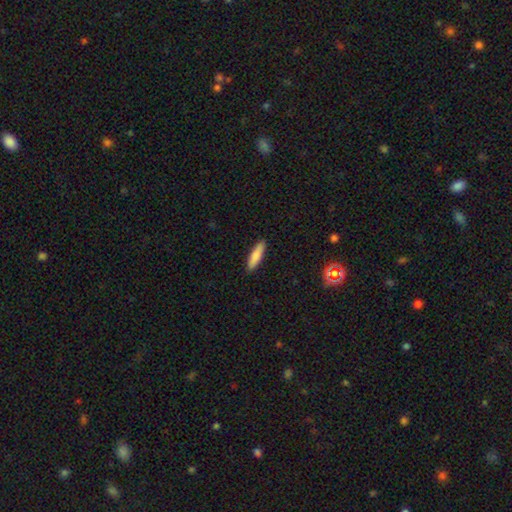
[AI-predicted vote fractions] smooth-or-featured: smooth: 83% | featured or disk: 11% | star or artifact: 6%
  how-rounded: cigar-shaped: 72% | in between: 26% | round: 2%
  merging: none: 90% | minor disturbance: 8% | major disturbance: 2% | merger: 1%